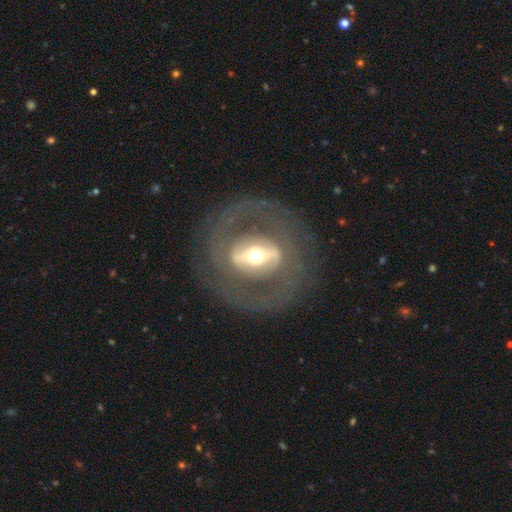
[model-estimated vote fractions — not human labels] Overall: featured or disk (77%). Edge-on disk: no (91%). Bar: strong (54%; weak 25%). Spiral arms: no (57%; yes 43%). Bulge size: moderate (62%). Merging: none (75%).